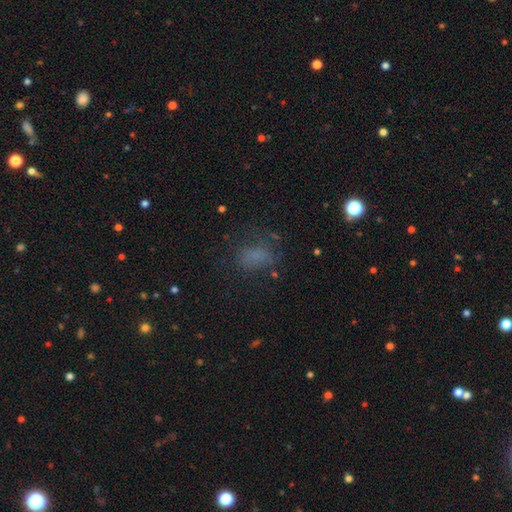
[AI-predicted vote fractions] A smooth galaxy with no disk features (63%) that is in between round and cigar-shaped (71%).

Vote fractions:
- Smooth or featured? smooth: 63% / star or artifact: 22% / featured or disk: 15%
- How rounded? in between: 71% / round: 27% / cigar-shaped: 2%
- Merging? none: 59% / minor disturbance: 20% / major disturbance: 18% / merger: 3%